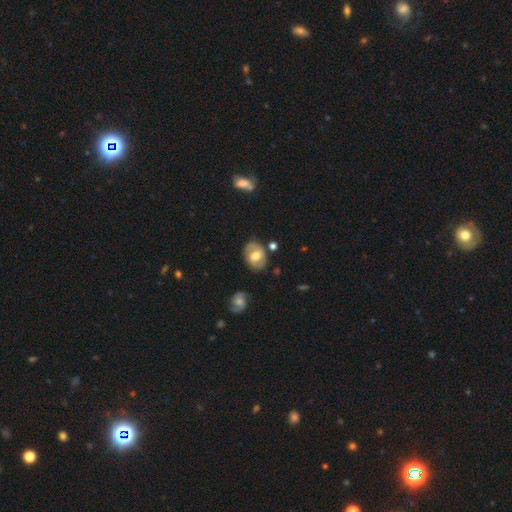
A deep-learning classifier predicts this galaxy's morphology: This appears to be a smooth galaxy with no disk features (47%). Merging: none (75%).